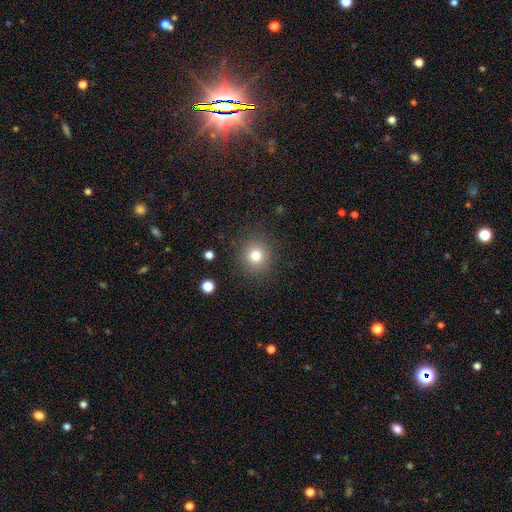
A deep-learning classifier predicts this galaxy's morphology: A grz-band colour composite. It shows a smooth galaxy with no disk features (79%) that is round (88%). Merging: none (88%).